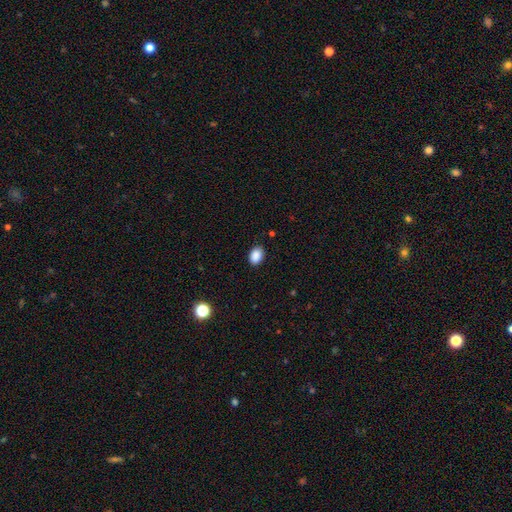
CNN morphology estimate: smooth-or-featured: smooth: 89% | star or artifact: 8% | featured or disk: 3%
  how-rounded: in between: 77% | round: 22% | cigar-shaped: 1%
  merging: none: 87% | minor disturbance: 10% | major disturbance: 2% | merger: 1%